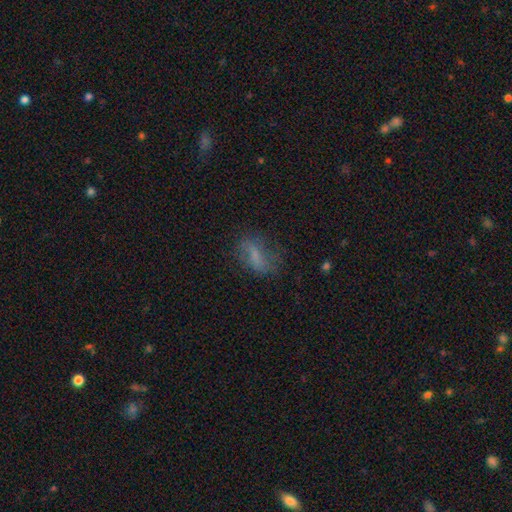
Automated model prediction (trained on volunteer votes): smooth_or_featured: smooth (p=0.56) [alt: featured or disk p=0.31]
how_rounded: in between (p=0.77) [alt: cigar-shaped p=0.13]
merging: none (p=0.58) [alt: minor disturbance p=0.23]